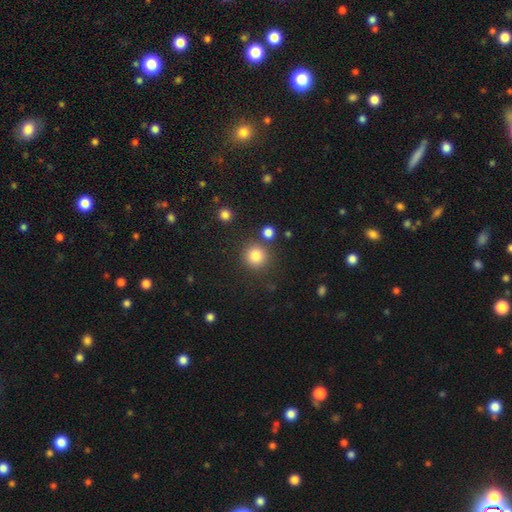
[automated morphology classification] The model was most divided on "smooth or featured": smooth: 83%, star or artifact: 11%, featured or disk: 6%. More confident: how rounded — round (93%); merging — none (81%).